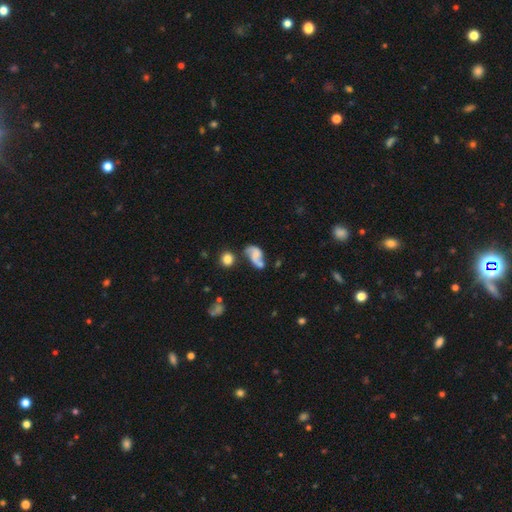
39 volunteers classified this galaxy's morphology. Volunteers were most divided on "bulge size": small: 38%, none: 31%, moderate: 21%, large: 7%, dominant: 3%. Remaining: edge-on disk — no (100%); spiral arm count — 2 (96%); spiral arms — yes (90%); smooth or featured — featured or disk (74%); spiral winding — loose (58%); bar — no (48%); merging — none (39%).